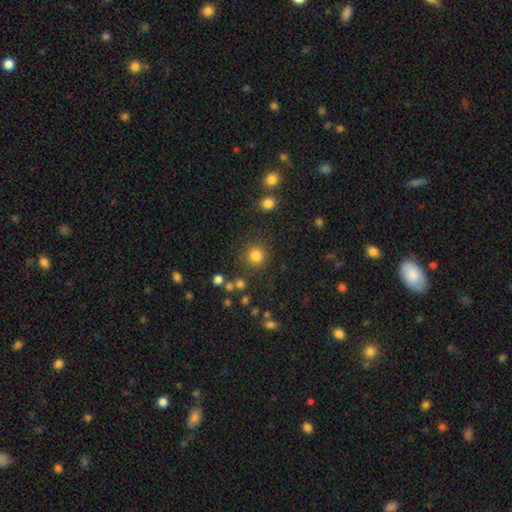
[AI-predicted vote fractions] Overall: smooth (82%). How rounded: round (92%). Merging: none (83%).